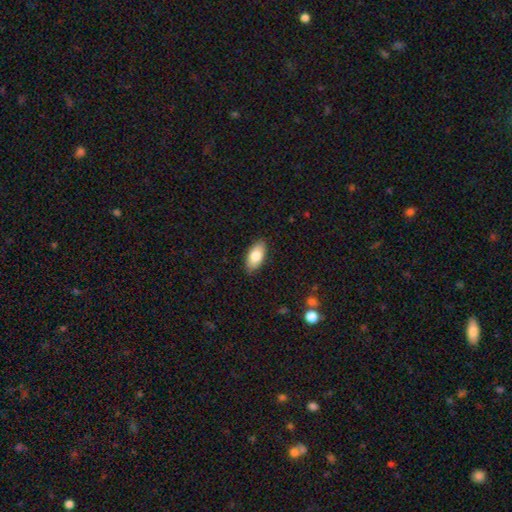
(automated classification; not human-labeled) A smooth galaxy with no disk features (81%) that is in between round and cigar-shaped (91%). Merging: none (87%).